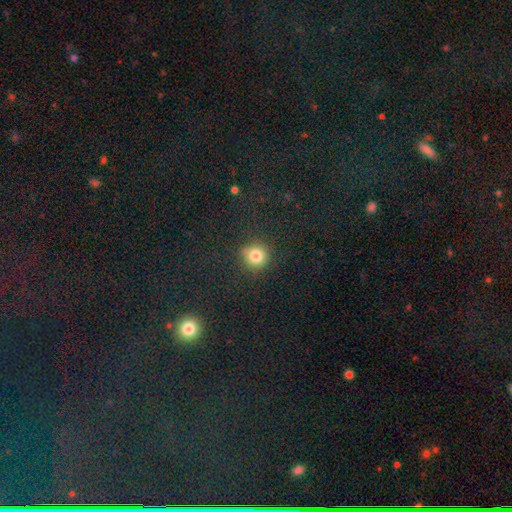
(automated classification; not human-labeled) Smooth or featured? Predicted: smooth (p=0.81). How rounded? Predicted: round (p=0.92). Merging? Predicted: none (p=0.82).